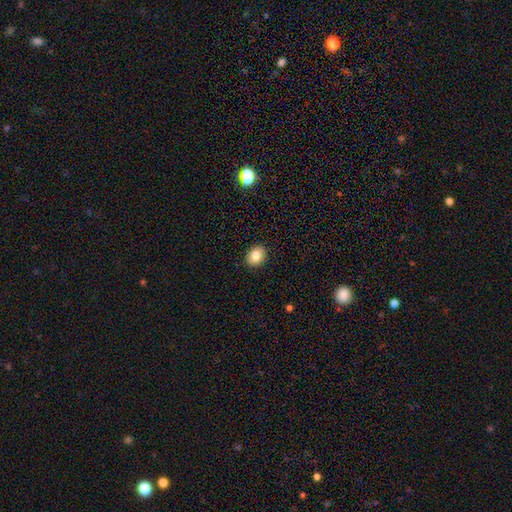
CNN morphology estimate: Smooth or featured? smooth (84%)
How rounded? in between (63%)
Merging? none (90%)